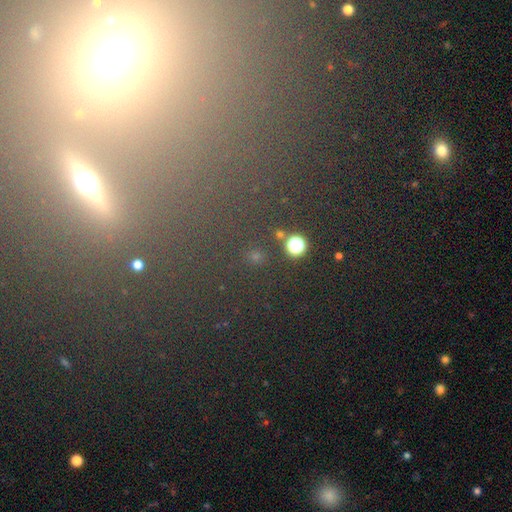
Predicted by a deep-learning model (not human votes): Q: Smooth or featured?
A: smooth (61%); runner-up: star or artifact (34%)
Q: How rounded?
A: round (90%); runner-up: in between (9%)
Q: Merging?
A: none (85%); runner-up: minor disturbance (6%)